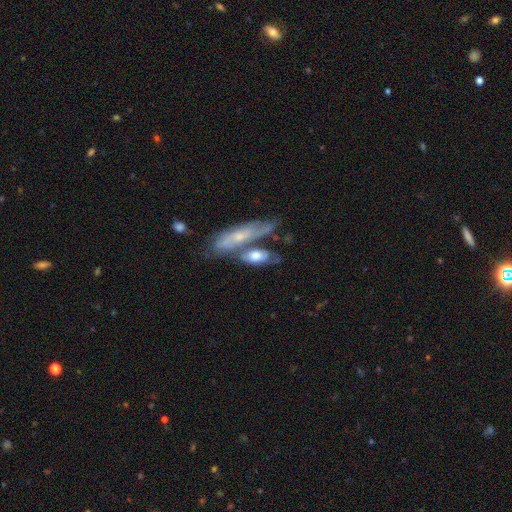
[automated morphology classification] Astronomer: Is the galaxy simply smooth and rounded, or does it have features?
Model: smooth — 50% (runner-up: featured or disk, 44%).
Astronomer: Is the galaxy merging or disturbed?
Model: merger — 43% (runner-up: none, 35%).